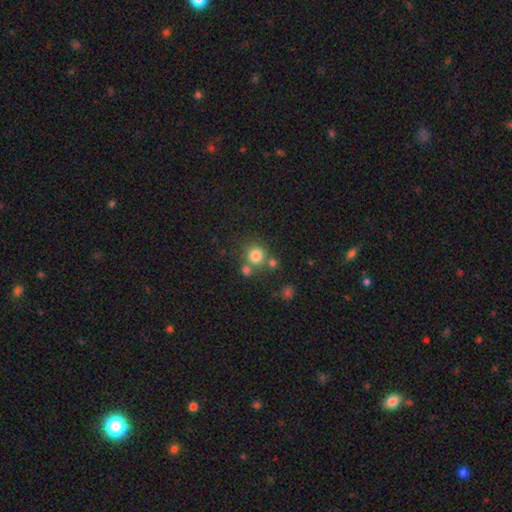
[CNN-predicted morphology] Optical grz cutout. It shows a smooth galaxy with no disk features (79%) that is round (91%). Merging: none (66%).